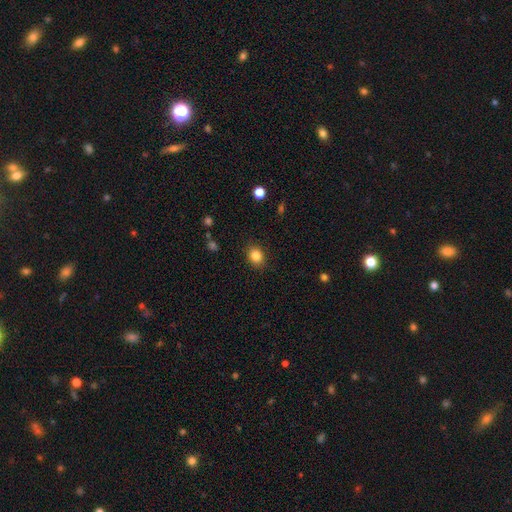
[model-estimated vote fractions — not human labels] smooth 84%, star or artifact 10%, featured or disk 5%. Down the decision tree: how rounded — round (55%); merging — none (87%).